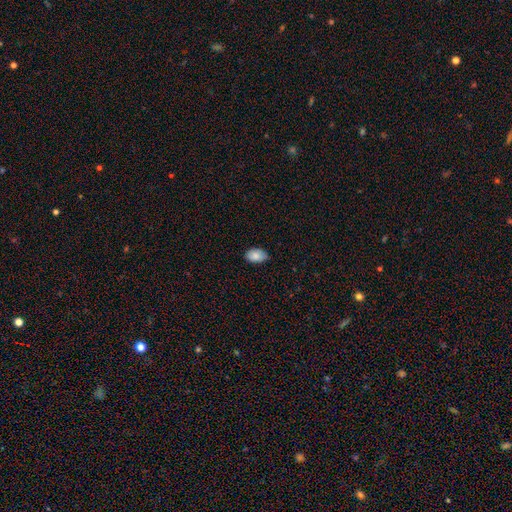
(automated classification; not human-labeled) smooth 86%, featured or disk 7%, star or artifact 7%. Down the decision tree: how rounded — in between (92%); merging — none (82%).